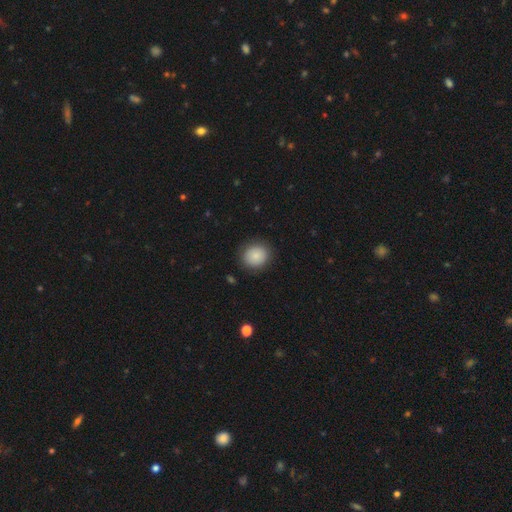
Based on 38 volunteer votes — Q: Smooth or featured?
A: smooth (89%); runner-up: featured or disk (8%)
Q: How rounded?
A: round (79%); runner-up: in between (21%)
Q: Merging?
A: none (95%); runner-up: minor disturbance (5%)